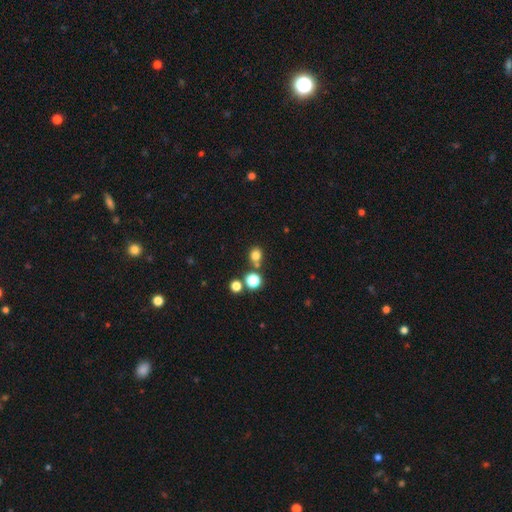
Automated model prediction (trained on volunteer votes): smooth_or_featured: smooth (p=0.78) [alt: star or artifact p=0.17]
how_rounded: round (p=0.74) [alt: in between p=0.25]
merging: none (p=0.69) [alt: merger p=0.18]